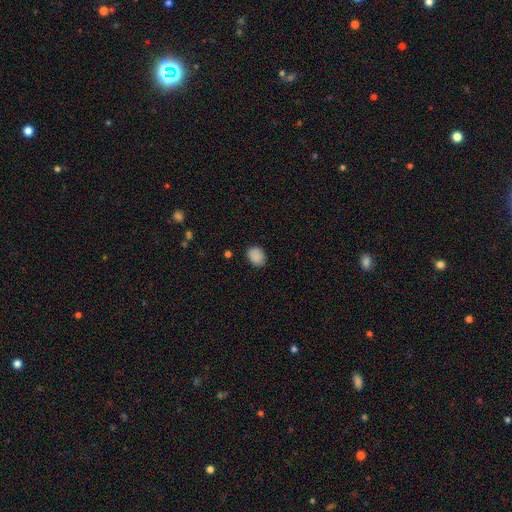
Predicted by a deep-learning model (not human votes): Smooth or featured? smooth (88%)
How rounded? in between (61%)
Merging? none (83%)